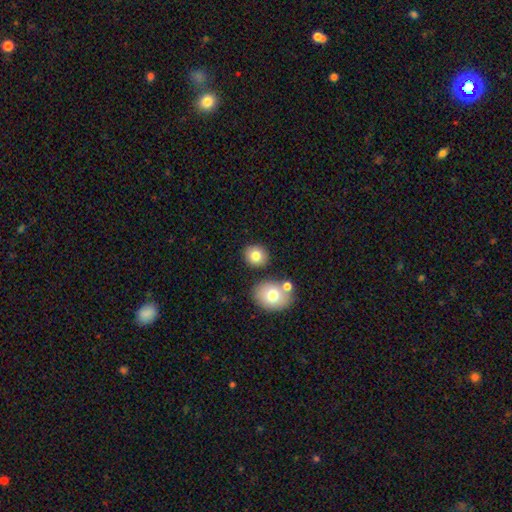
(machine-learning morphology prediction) smooth_or_featured: smooth (p=0.80) [alt: featured or disk p=0.10]
how_rounded: round (p=0.73) [alt: in between p=0.26]
merging: none (p=0.80) [alt: minor disturbance p=0.09]